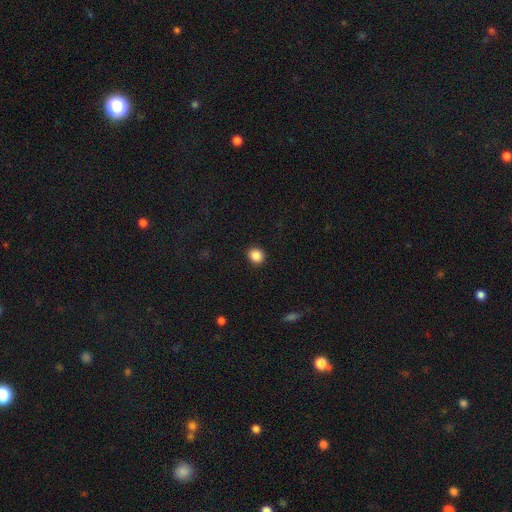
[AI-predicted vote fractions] Smooth or featured? smooth (87%)
How rounded? round (82%)
Merging? none (92%)